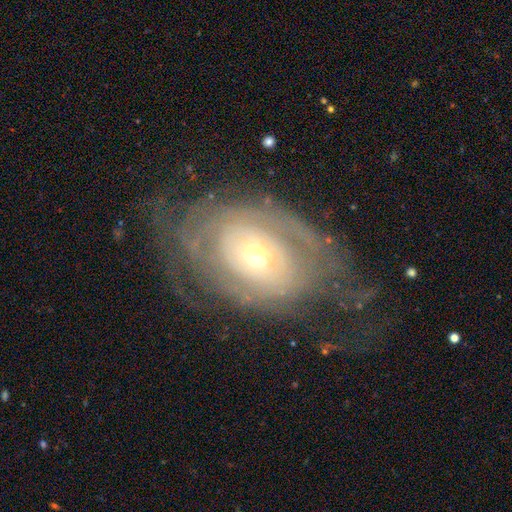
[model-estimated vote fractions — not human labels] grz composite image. It shows a featured or disk galaxy (77%) with no bar (78%), tight (69%) spiral arms (75%) and a small central bulge (53%). Merging: none (58%).